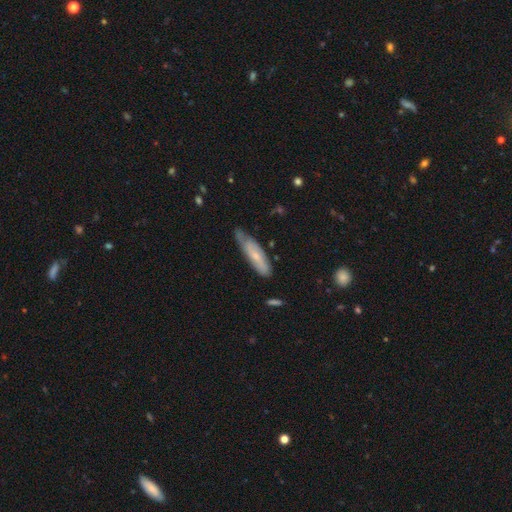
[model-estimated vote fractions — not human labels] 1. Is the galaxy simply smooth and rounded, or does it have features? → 51% smooth, 43% featured or disk, 6% star or artifact.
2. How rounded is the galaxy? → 64% cigar-shaped, 34% in between, 2% round.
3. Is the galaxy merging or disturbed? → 55% none, 34% minor disturbance, 8% major disturbance, 3% merger.